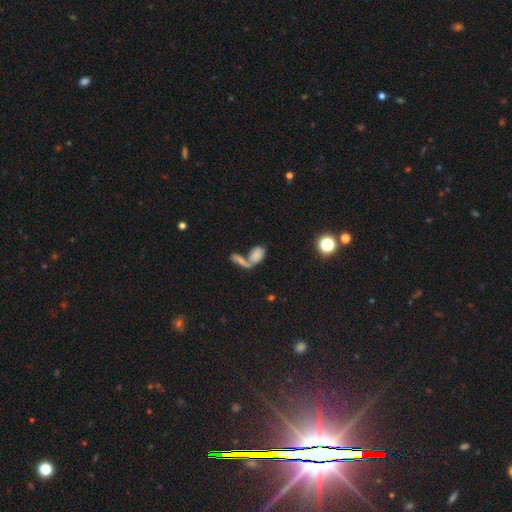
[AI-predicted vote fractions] smooth_or_featured: smooth (p=0.71) [alt: featured or disk p=0.17]
how_rounded: in between (p=0.86) [alt: round p=0.09]
merging: merger (p=0.59) [alt: none p=0.24]